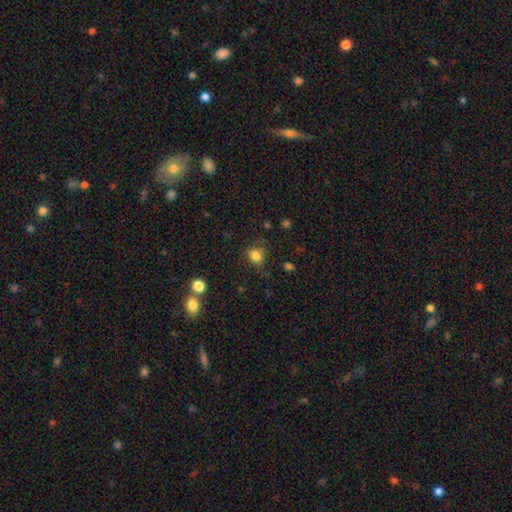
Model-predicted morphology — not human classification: smooth_or_featured: smooth (p=0.81) [alt: star or artifact p=0.13]
how_rounded: round (p=0.72) [alt: in between p=0.27]
merging: none (p=0.77) [alt: minor disturbance p=0.15]